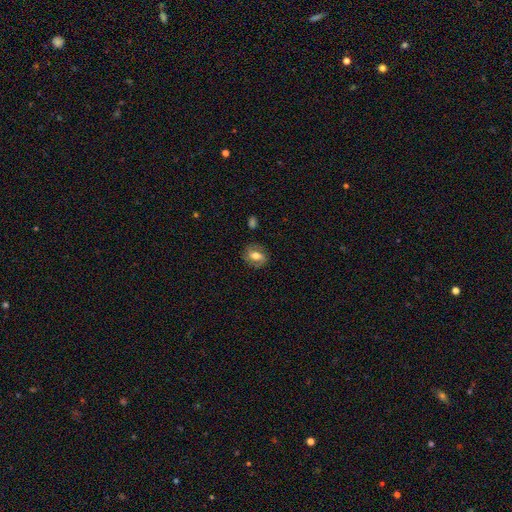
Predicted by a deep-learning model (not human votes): smooth 46%, featured or disk 45%, star or artifact 9%. Down the decision tree: merging — none (79%).